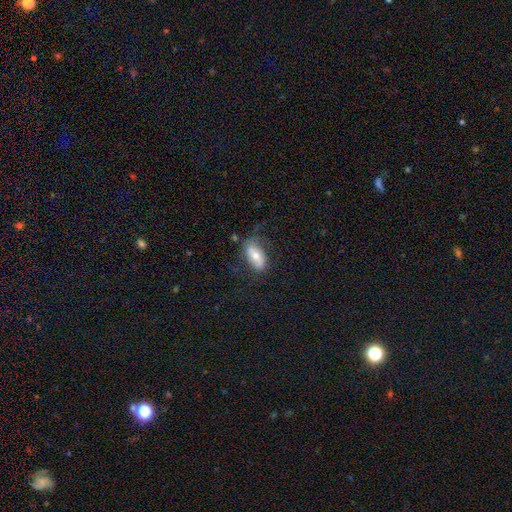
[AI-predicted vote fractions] Smooth or featured? Predicted: smooth (p=0.53). How rounded? Predicted: in between (p=0.88). Merging? Predicted: none (p=0.63).